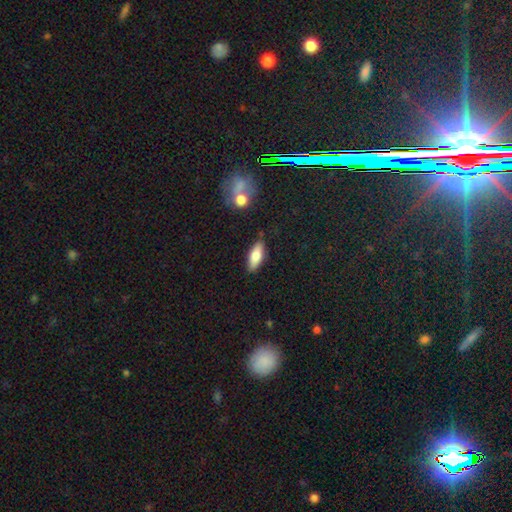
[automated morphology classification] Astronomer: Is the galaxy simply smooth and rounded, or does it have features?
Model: smooth — 75%.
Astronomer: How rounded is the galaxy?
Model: in between — 68%.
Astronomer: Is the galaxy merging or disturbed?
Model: none — 84%.